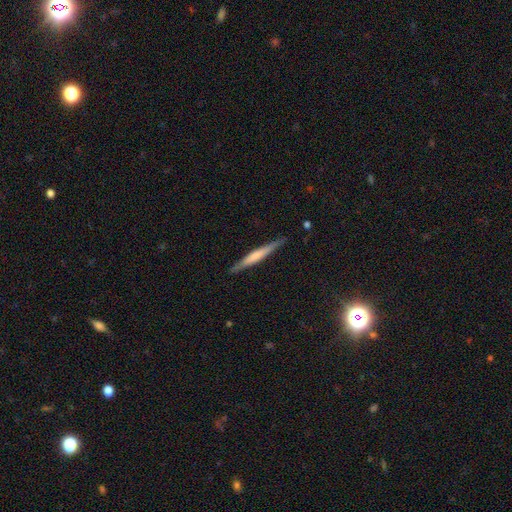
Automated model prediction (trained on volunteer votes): Smooth or featured? Predicted: featured or disk (p=0.52). Edge-on disk? Predicted: yes (p=0.97). Edge-on bulge? Predicted: none (p=0.43). Merging? Predicted: none (p=0.88).